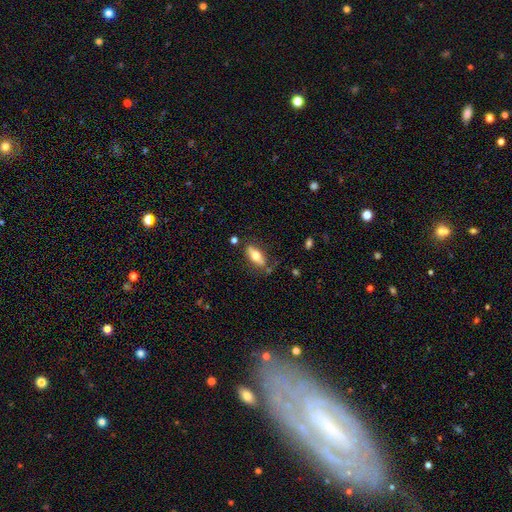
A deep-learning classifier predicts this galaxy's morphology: A smooth galaxy with no disk features (64%) that is in between round and cigar-shaped (72%). Merging: none (74%).